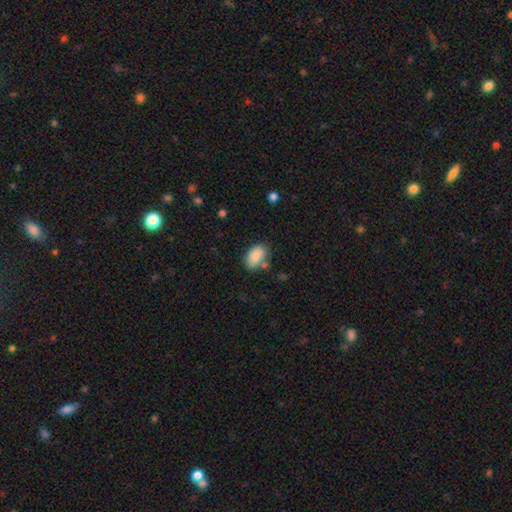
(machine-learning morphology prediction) Smooth or featured?
  - smooth: 87% *
  - star or artifact: 8%
  - featured or disk: 5%
How rounded?
  - in between: 90% *
  - round: 9%
  - cigar-shaped: 1%
Merging?
  - none: 67% *
  - minor disturbance: 18%
  - merger: 10%
  - major disturbance: 5%